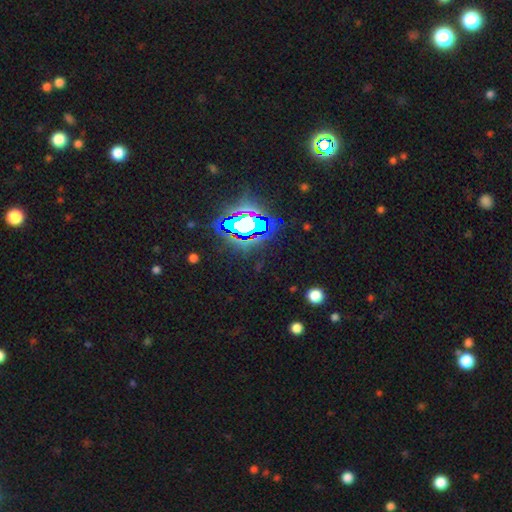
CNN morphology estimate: A star or artifact, not a galaxy (83%).

Vote fractions:
- Smooth or featured? star or artifact: 83% / smooth: 10% / featured or disk: 7%